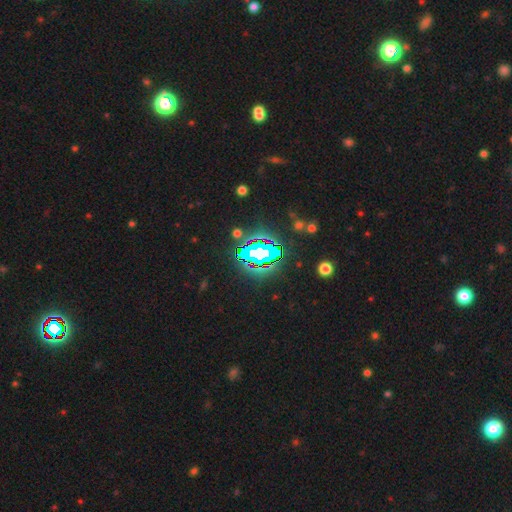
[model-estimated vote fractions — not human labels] Smooth or featured? star or artifact (75%)